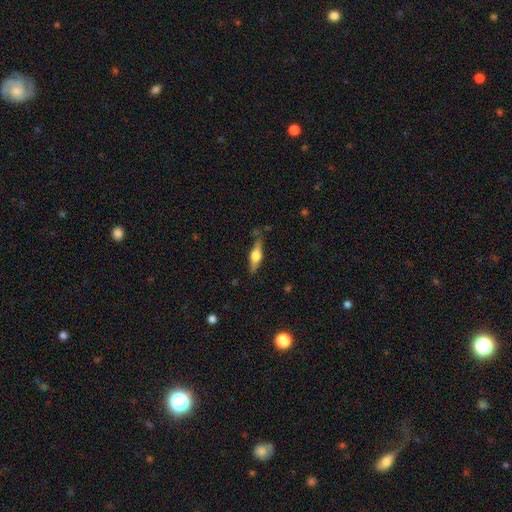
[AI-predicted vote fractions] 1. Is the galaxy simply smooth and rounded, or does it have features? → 53% featured or disk, 41% smooth, 6% star or artifact.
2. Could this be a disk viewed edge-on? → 92% yes, 8% no.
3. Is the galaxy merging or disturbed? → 75% none, 18% minor disturbance, 5% major disturbance, 3% merger.